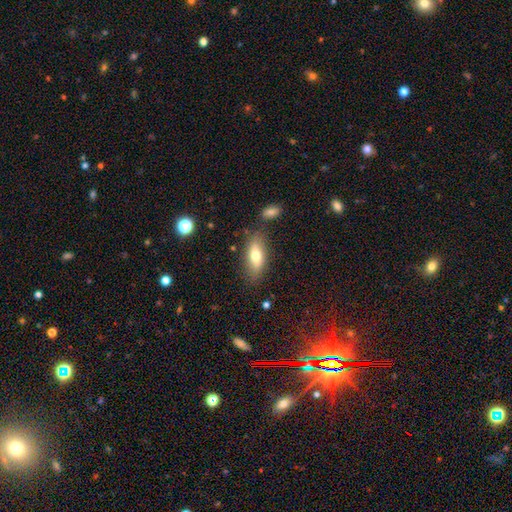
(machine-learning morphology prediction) This appears to be a smooth galaxy with no disk features (69%) that is in between round and cigar-shaped (74%). Merging: none (78%).